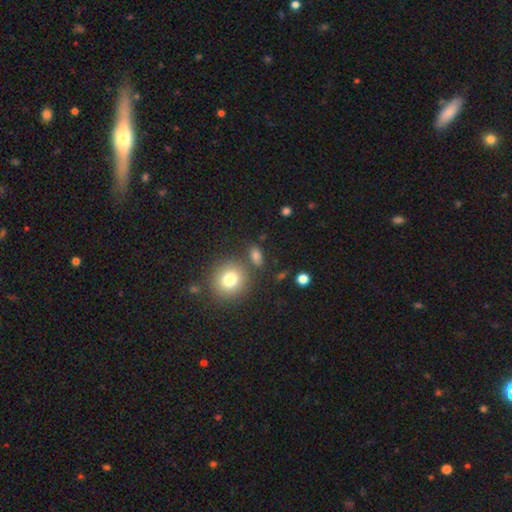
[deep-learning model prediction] This appears to be a smooth galaxy with no disk features (78%) that is in between round and cigar-shaped (62%). Merging: none (71%).